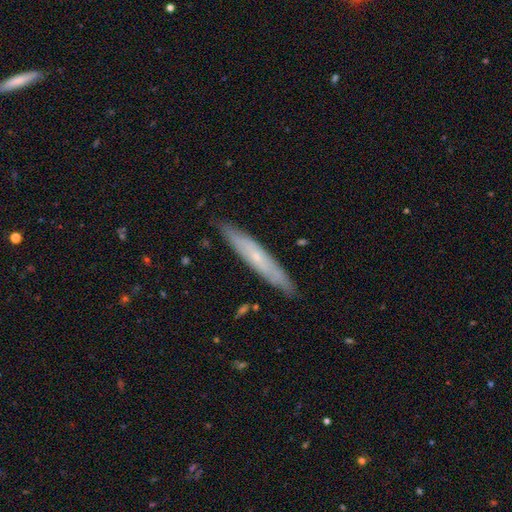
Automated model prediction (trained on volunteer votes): A featured or disk galaxy (52%) viewed edge-on (76%). Merging: none (87%).